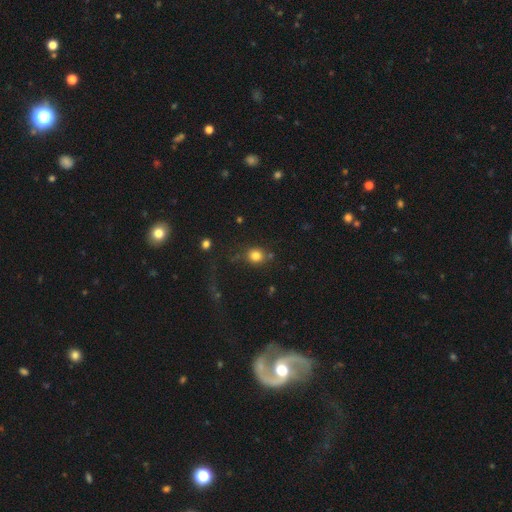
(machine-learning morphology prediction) Smooth or featured? smooth (81%)
How rounded? round (82%)
Merging? none (70%)